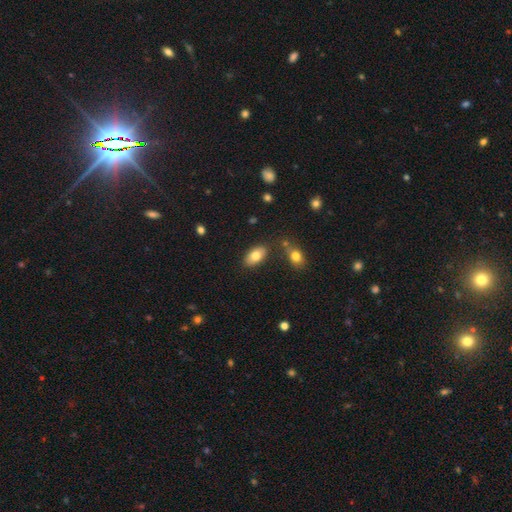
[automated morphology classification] The model was most divided on "smooth or featured": smooth: 79%, featured or disk: 13%, star or artifact: 7%. More confident: how rounded — in between (93%); merging — none (80%).